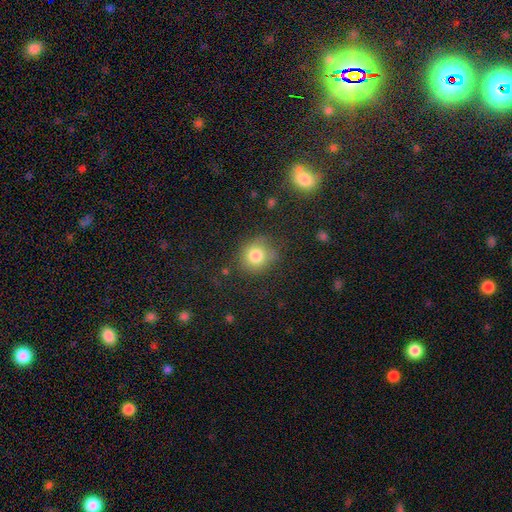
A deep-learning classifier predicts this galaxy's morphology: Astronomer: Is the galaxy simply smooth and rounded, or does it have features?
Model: smooth — 80%.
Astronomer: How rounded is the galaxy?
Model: round — 77%.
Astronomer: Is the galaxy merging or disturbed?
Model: none — 73%.